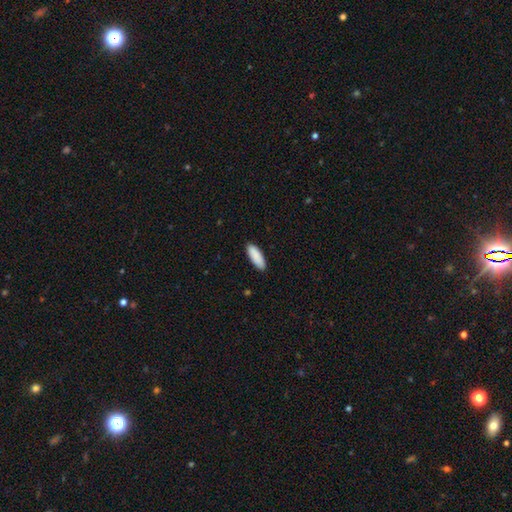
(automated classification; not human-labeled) The model was most divided on "how rounded": in between: 67%, cigar-shaped: 32%, round: 2%. More confident: smooth or featured — smooth (90%); merging — none (89%).